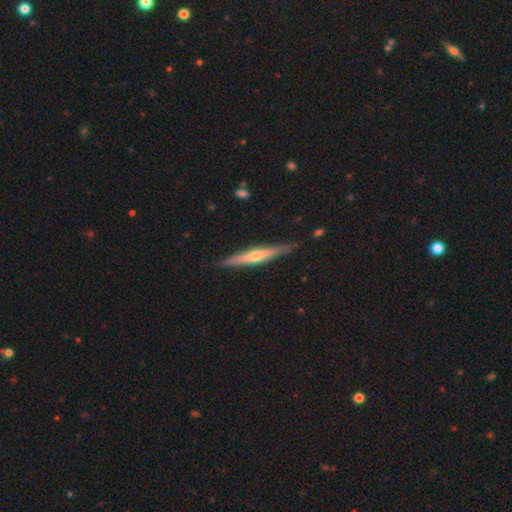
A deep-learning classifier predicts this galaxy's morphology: smooth_or_featured: featured or disk (p=0.67) [alt: smooth p=0.27]
disk_edge_on: yes (p=0.97) [alt: no p=0.03]
edge_on_bulge: rounded (p=0.74) [alt: none p=0.20]
merging: none (p=0.88) [alt: minor disturbance p=0.09]